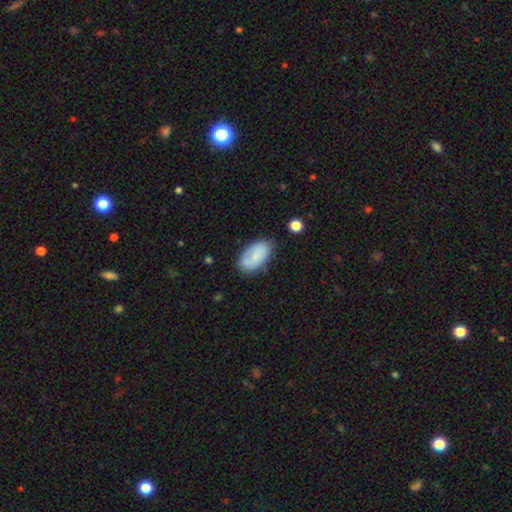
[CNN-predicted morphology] type=smooth (77%); roundness=in between (94%); merging=none (72%).